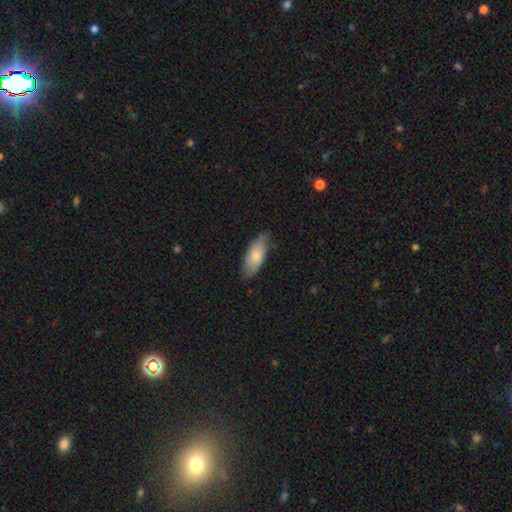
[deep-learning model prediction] Smooth or featured?
  - smooth: 76% *
  - featured or disk: 18%
  - star or artifact: 5%
How rounded?
  - in between: 83% *
  - cigar-shaped: 15%
  - round: 2%
Merging?
  - none: 70% *
  - minor disturbance: 25%
  - major disturbance: 4%
  - merger: 1%